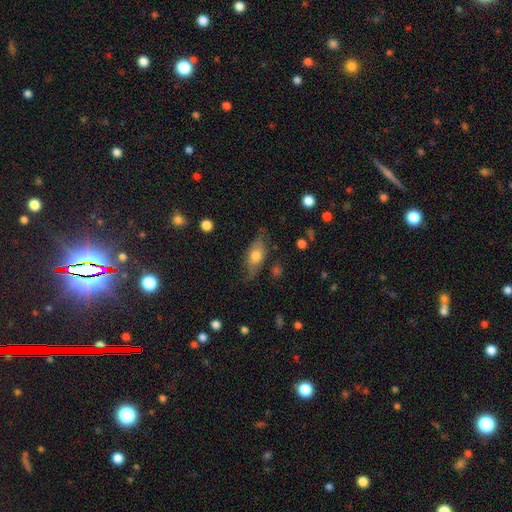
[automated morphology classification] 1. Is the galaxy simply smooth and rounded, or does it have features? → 64% smooth, 29% featured or disk, 7% star or artifact.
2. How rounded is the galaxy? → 81% in between, 13% cigar-shaped, 6% round.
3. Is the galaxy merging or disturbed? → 66% none, 25% minor disturbance, 7% major disturbance, 2% merger.